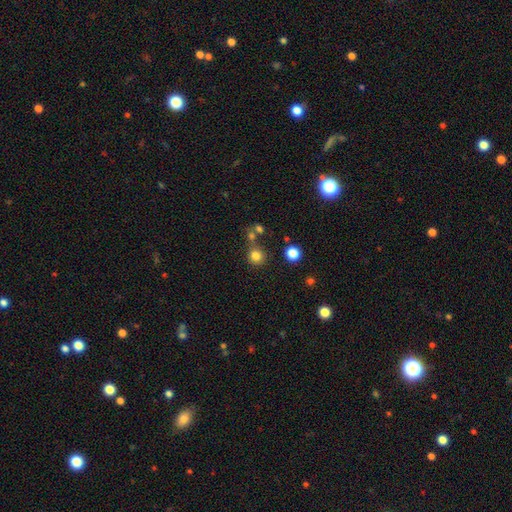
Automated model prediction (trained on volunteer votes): smooth 79%, star or artifact 14%, featured or disk 6%. Down the decision tree: how rounded — round (91%); merging — none (71%).